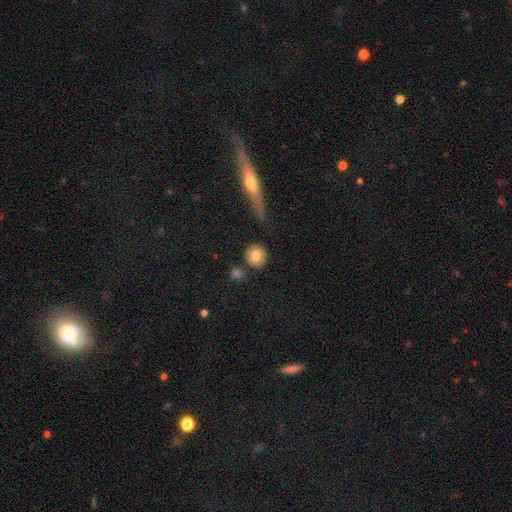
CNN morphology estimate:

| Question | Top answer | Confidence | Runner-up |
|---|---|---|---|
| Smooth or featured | smooth | 76% | featured or disk (16%) |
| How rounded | round | 86% | in between (13%) |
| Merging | none | 83% | minor disturbance (9%) |